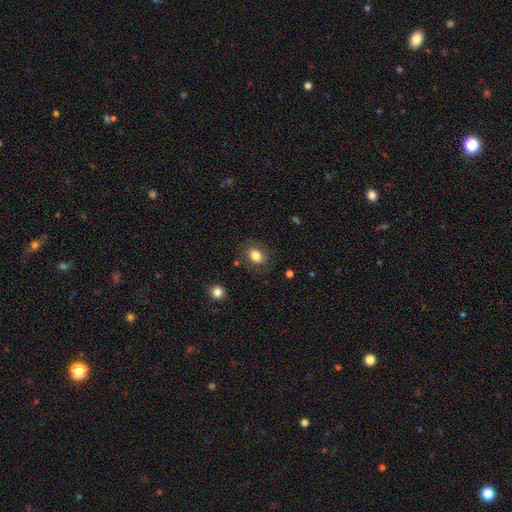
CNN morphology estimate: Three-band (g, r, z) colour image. It shows a smooth galaxy with no disk features (82%) that is in between round and cigar-shaped (55%). Merging: none (81%).